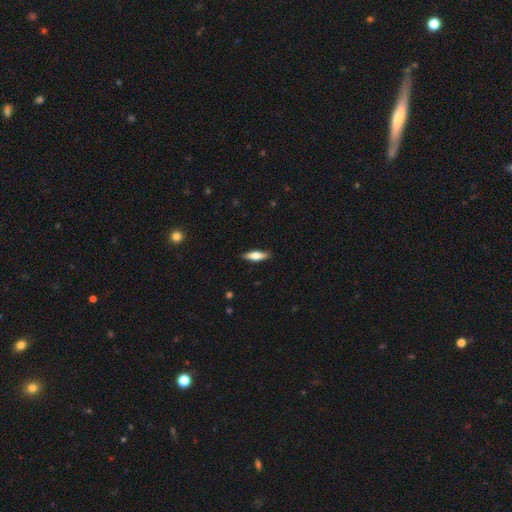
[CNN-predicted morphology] type=smooth (61%); roundness=cigar-shaped (56%); merging=none (88%).